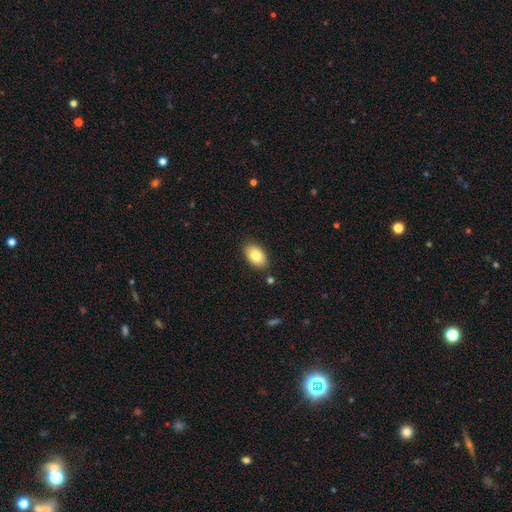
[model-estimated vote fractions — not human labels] Smooth or featured? Predicted: smooth (p=0.79). How rounded? Predicted: in between (p=0.91). Merging? Predicted: none (p=0.85).